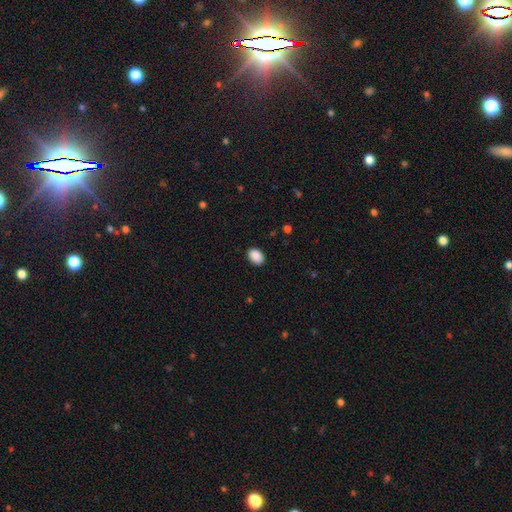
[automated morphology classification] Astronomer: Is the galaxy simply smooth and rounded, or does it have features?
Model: smooth — 90%.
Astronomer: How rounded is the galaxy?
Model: in between — 79%.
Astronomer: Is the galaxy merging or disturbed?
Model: none — 88%.